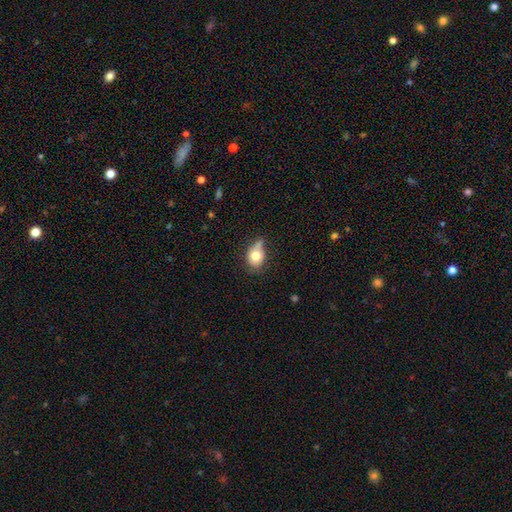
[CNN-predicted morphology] A smooth galaxy with no disk features (76%) that is in between round and cigar-shaped (54%).

Vote fractions:
- Smooth or featured? smooth: 76% / featured or disk: 16% / star or artifact: 9%
- How rounded? in between: 54% / round: 44% / cigar-shaped: 2%
- Merging? none: 39% / minor disturbance: 34% / major disturbance: 16% / merger: 11%